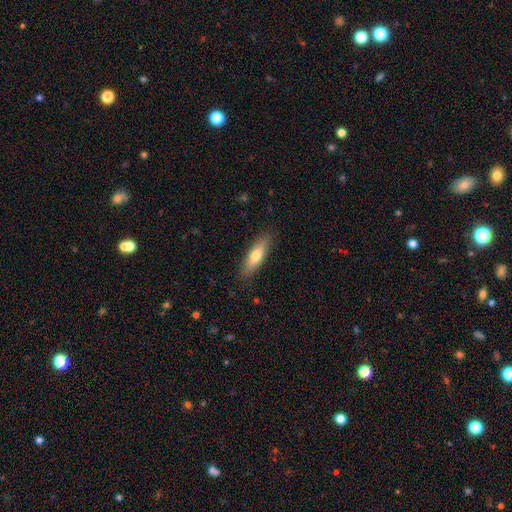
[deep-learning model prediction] Smooth or featured: smooth — 68% (featured or disk — 26%)
How rounded: cigar-shaped — 54% (in between — 44%)
Merging: none — 87% (minor disturbance — 10%)